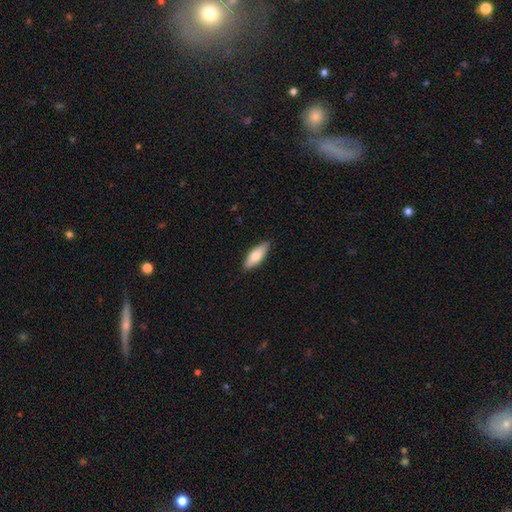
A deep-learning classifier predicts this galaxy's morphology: Smooth or featured: smooth — 73% (featured or disk — 21%)
How rounded: in between — 65% (cigar-shaped — 33%)
Merging: none — 88% (minor disturbance — 9%)